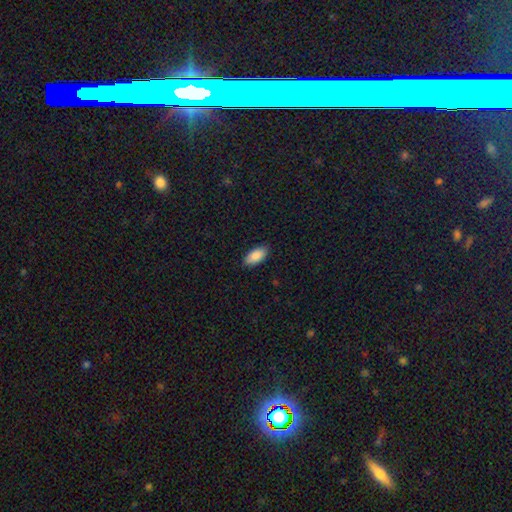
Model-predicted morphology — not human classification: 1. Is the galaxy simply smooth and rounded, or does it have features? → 89% smooth, 6% star or artifact, 5% featured or disk.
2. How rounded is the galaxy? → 92% in between, 6% cigar-shaped, 2% round.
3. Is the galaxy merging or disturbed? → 88% none, 9% minor disturbance, 2% major disturbance, 1% merger.